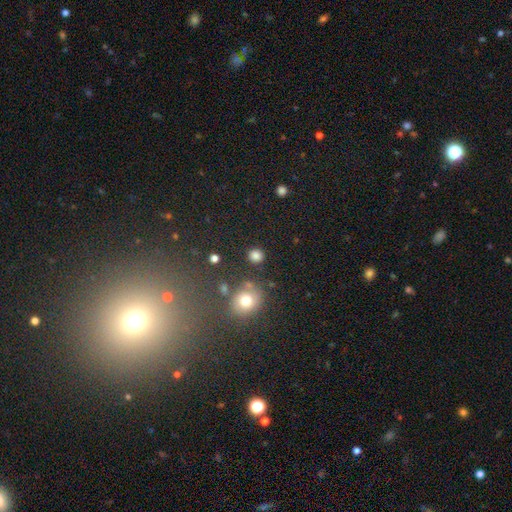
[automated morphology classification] A smooth galaxy with no disk features (82%) that is round (87%).

Vote fractions:
- Smooth or featured? smooth: 82% / star or artifact: 13% / featured or disk: 5%
- How rounded? round: 87% / in between: 12% / cigar-shaped: 1%
- Merging? none: 84% / minor disturbance: 8% / merger: 4% / major disturbance: 3%